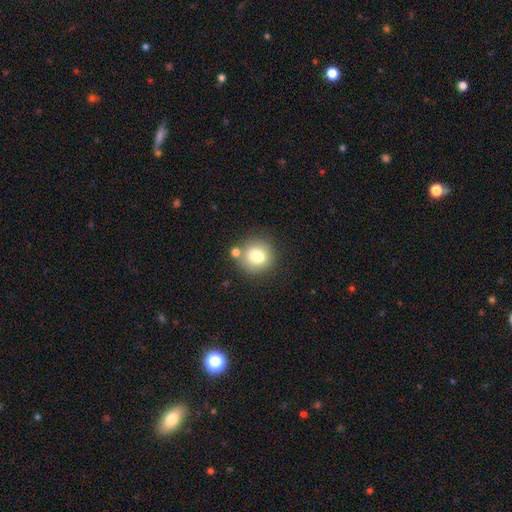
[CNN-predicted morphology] smooth_or_featured: smooth (p=0.73) [alt: featured or disk p=0.17]
how_rounded: round (p=0.83) [alt: in between p=0.16]
merging: none (p=0.62) [alt: merger p=0.20]